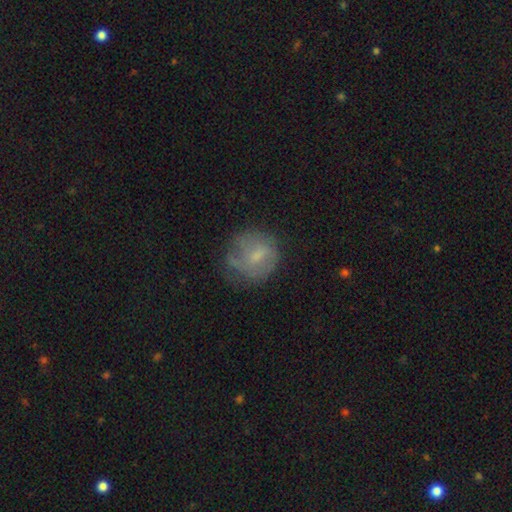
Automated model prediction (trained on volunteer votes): Smooth or featured: smooth — 49% (featured or disk — 42%)
Merging: none — 57% (minor disturbance — 25%)